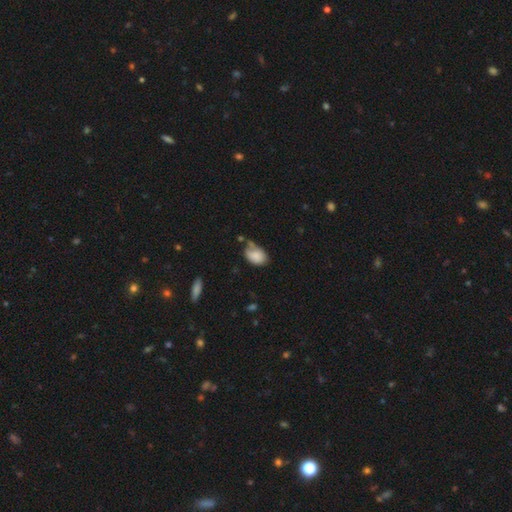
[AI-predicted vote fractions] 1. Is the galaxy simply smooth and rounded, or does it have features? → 83% smooth, 9% featured or disk, 8% star or artifact.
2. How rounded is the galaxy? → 82% in between, 17% round, 1% cigar-shaped.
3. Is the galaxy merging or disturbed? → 43% none, 32% minor disturbance, 14% merger, 11% major disturbance.